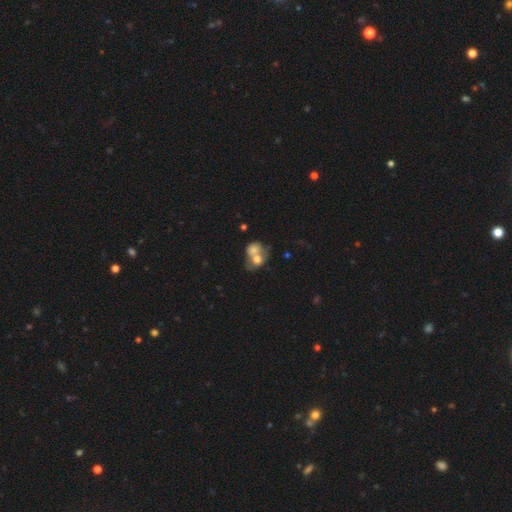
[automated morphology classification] Q: Smooth or featured?
A: smooth (65%); runner-up: featured or disk (26%)
Q: How rounded?
A: round (54%); runner-up: in between (44%)
Q: Merging?
A: merger (72%); runner-up: none (15%)